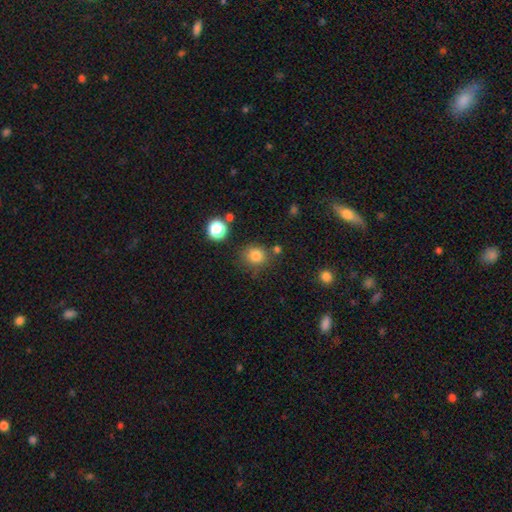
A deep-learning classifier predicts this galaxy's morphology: This appears to be a smooth galaxy with no disk features (80%) that is round (84%). Merging: none (76%).